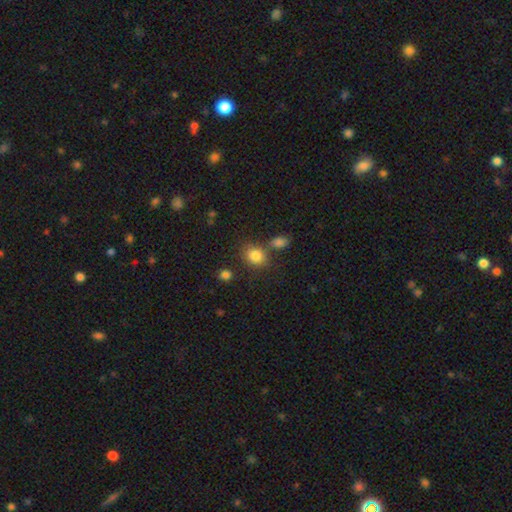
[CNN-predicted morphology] A smooth galaxy with no disk features (83%) that is round (56%). Merging: none (66%).